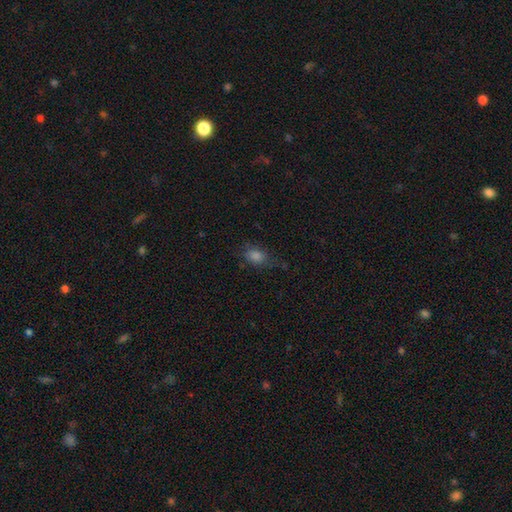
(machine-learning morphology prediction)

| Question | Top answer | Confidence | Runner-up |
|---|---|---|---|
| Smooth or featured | smooth | 75% | star or artifact (15%) |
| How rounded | in between | 70% | round (27%) |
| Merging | none | 64% | minor disturbance (24%) |